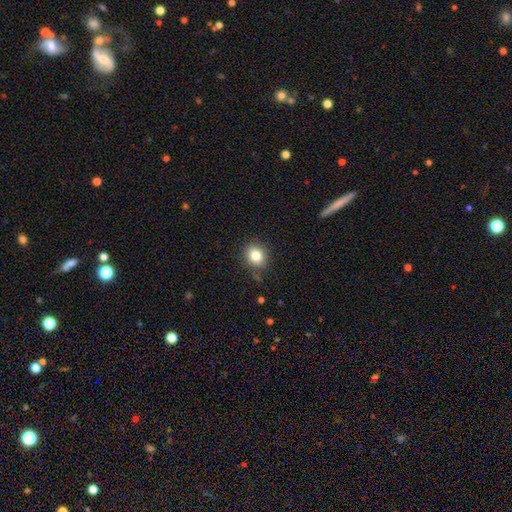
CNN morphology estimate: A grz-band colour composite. It shows a smooth galaxy with no disk features (83%) that is round (76%). Merging: none (86%).